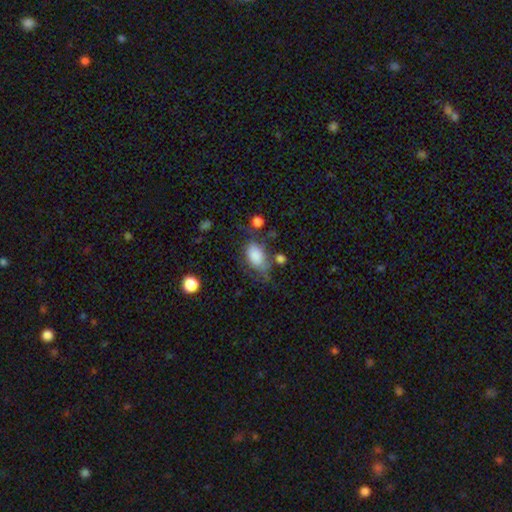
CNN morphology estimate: Smooth or featured? smooth (83%)
How rounded? in between (89%)
Merging? none (48%)